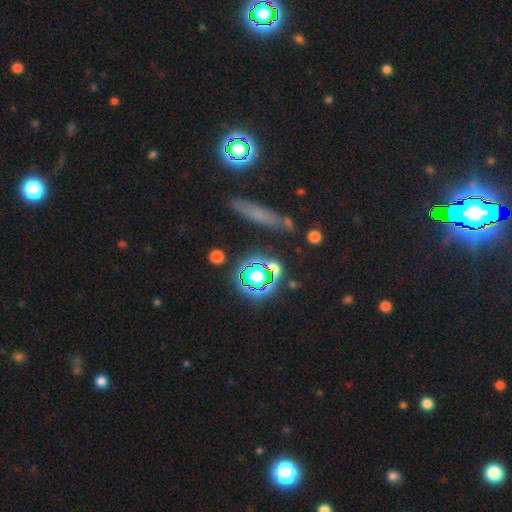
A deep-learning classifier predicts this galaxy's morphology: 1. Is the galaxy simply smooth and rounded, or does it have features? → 63% star or artifact, 19% smooth, 17% featured or disk.